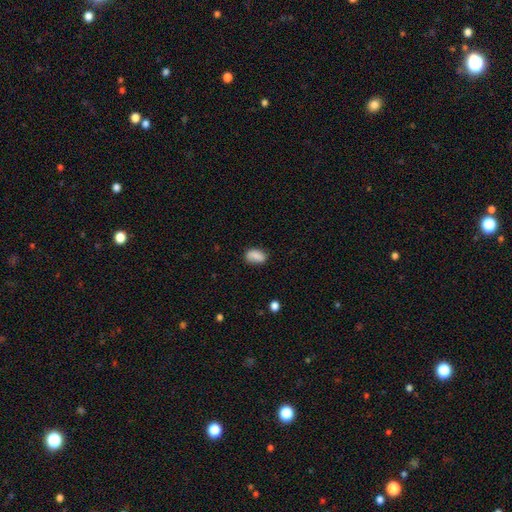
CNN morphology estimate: Overall: smooth (82%). How rounded: in between (88%). Merging: none (72%).